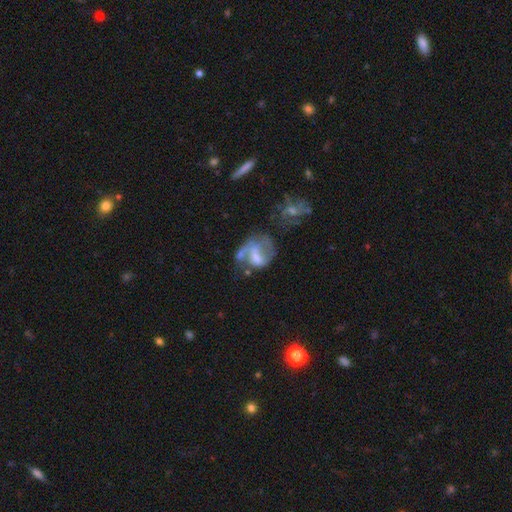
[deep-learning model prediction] Q: Smooth or featured?
A: featured or disk (56%); runner-up: smooth (33%)
Q: Edge-on disk?
A: no (97%); runner-up: yes (3%)
Q: Bar?
A: no (47%); runner-up: weak (37%)
Q: Spiral arms?
A: no (53%); runner-up: yes (47%)
Q: Bulge size?
A: none (40%); runner-up: moderate (28%)
Q: Merging?
A: major disturbance (34%); runner-up: none (29%)